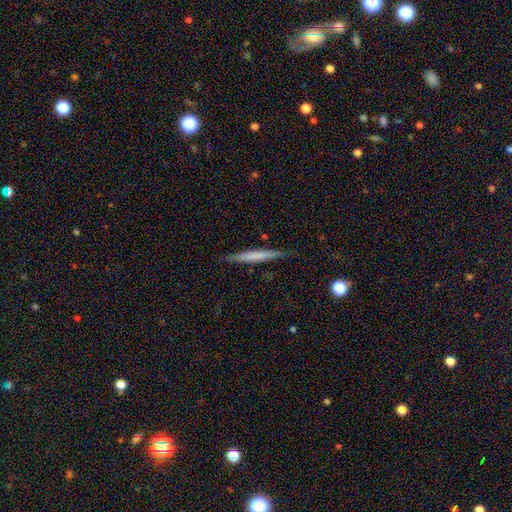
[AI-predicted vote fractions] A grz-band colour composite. It shows a smooth galaxy with no disk features (54%) that is cigar-shaped (96%). Merging: none (87%).